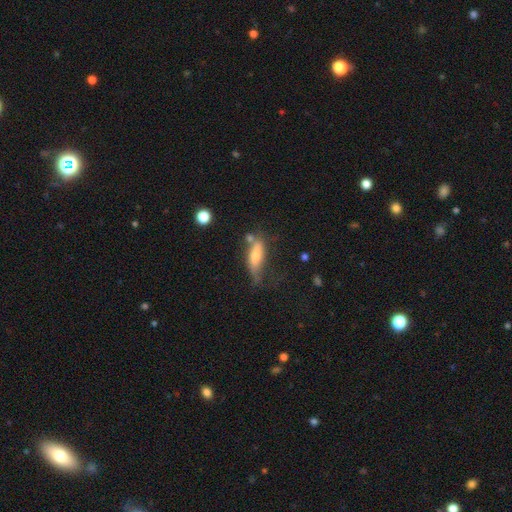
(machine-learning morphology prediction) The model was most divided on "how rounded": in between: 49%, cigar-shaped: 48%, round: 3%. Remaining: smooth or featured — smooth (60%); merging — none (41%).